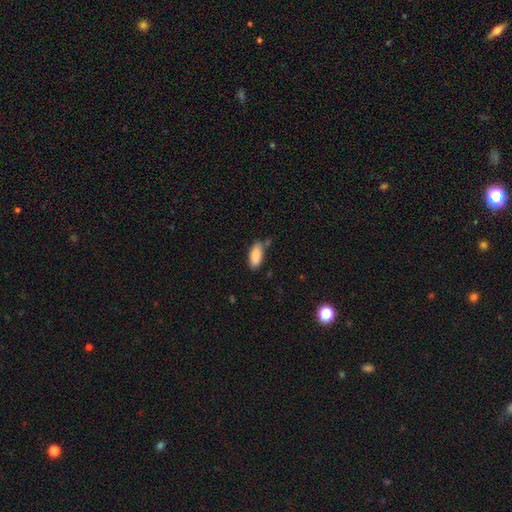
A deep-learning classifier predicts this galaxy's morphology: Q: Smooth or featured?
A: smooth (87%); runner-up: star or artifact (7%)
Q: How rounded?
A: in between (82%); runner-up: cigar-shaped (16%)
Q: Merging?
A: none (64%); runner-up: minor disturbance (24%)